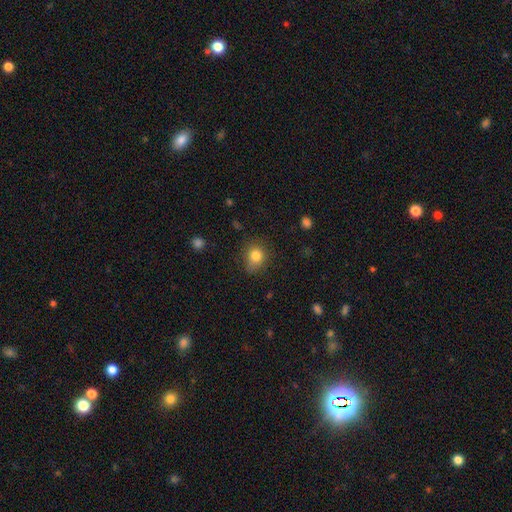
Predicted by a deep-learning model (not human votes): Smooth or featured?
  - smooth: 81% *
  - star or artifact: 11%
  - featured or disk: 7%
How rounded?
  - round: 72% *
  - in between: 27%
  - cigar-shaped: 1%
Merging?
  - none: 72% *
  - minor disturbance: 21%
  - major disturbance: 5%
  - merger: 2%